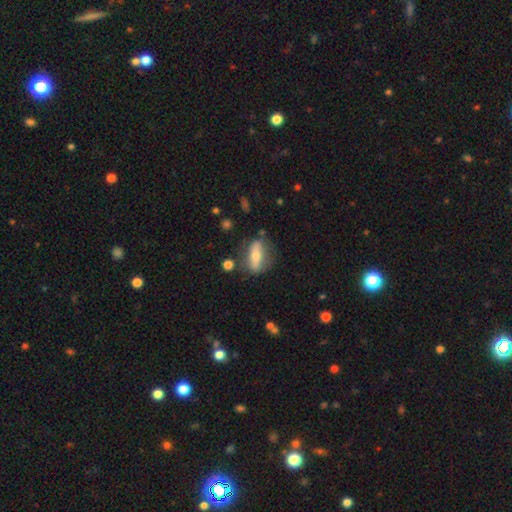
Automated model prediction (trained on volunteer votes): smooth_or_featured: featured or disk (p=0.50) [alt: smooth p=0.43]
disk_edge_on: yes (p=0.51) [alt: no p=0.49]
merging: none (p=0.69) [alt: minor disturbance p=0.18]